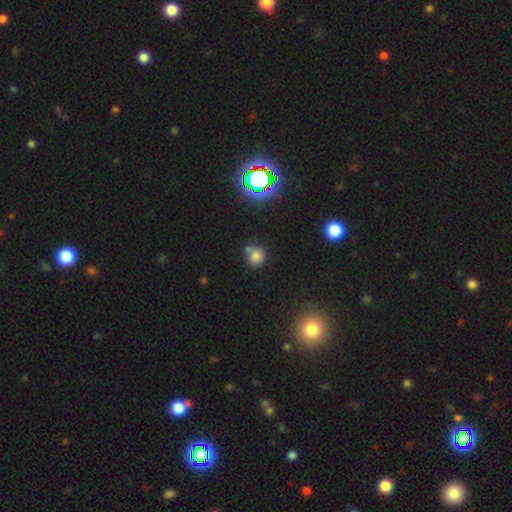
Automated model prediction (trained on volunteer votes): This is likely a smooth galaxy (71%). How rounded: clearly round (81%). Merging: likely none (62%).